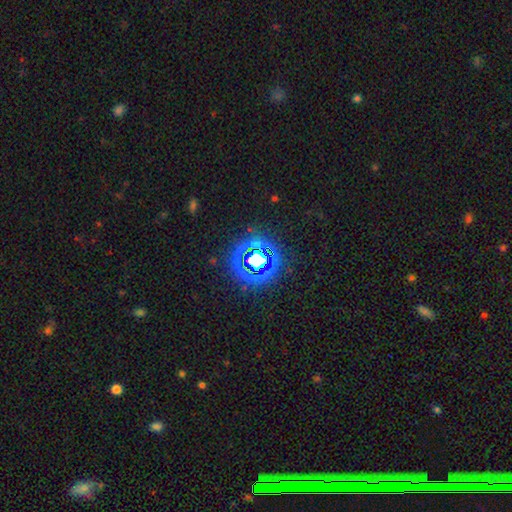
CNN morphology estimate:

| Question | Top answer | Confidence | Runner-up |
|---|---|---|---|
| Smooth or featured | star or artifact | 72% | smooth (18%) |